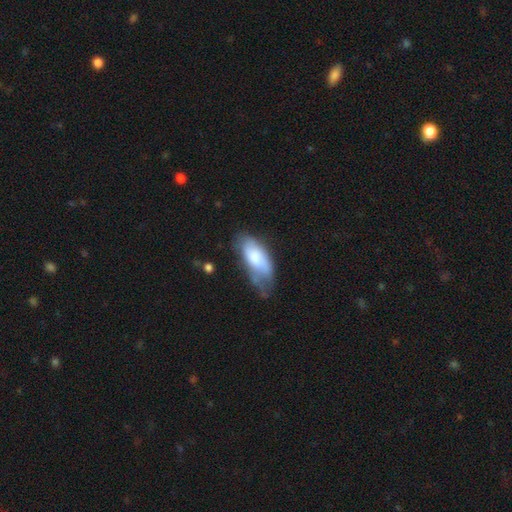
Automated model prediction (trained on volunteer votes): This is likely a smooth galaxy (66%). How rounded: clearly in between (85%). Merging: marginally minor disturbance (39%).